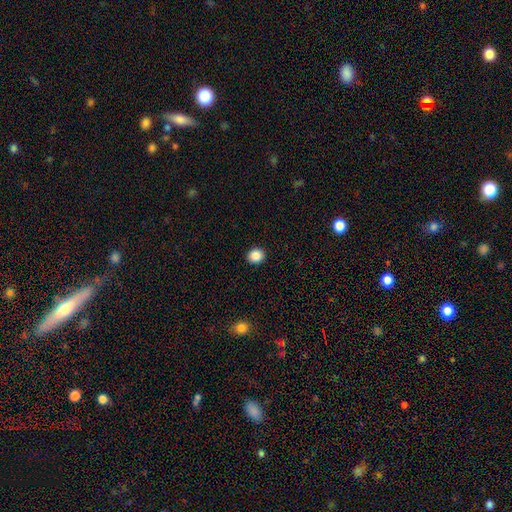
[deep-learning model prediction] smooth-or-featured: smooth: 87% | star or artifact: 10% | featured or disk: 3%
  how-rounded: round: 81% | in between: 18% | cigar-shaped: 1%
  merging: none: 93% | minor disturbance: 5% | major disturbance: 2% | merger: 1%